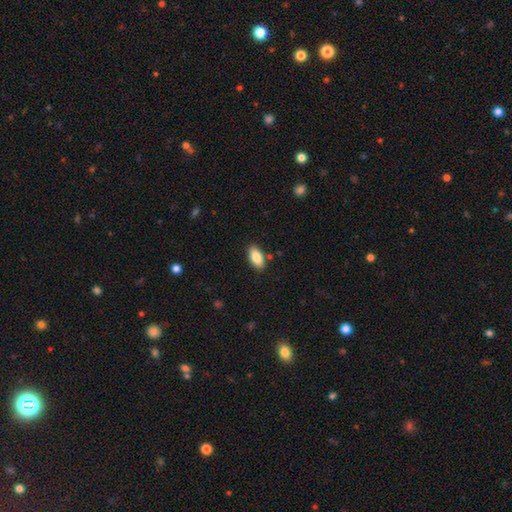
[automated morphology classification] Smooth or featured? smooth (86%)
How rounded? in between (92%)
Merging? none (86%)